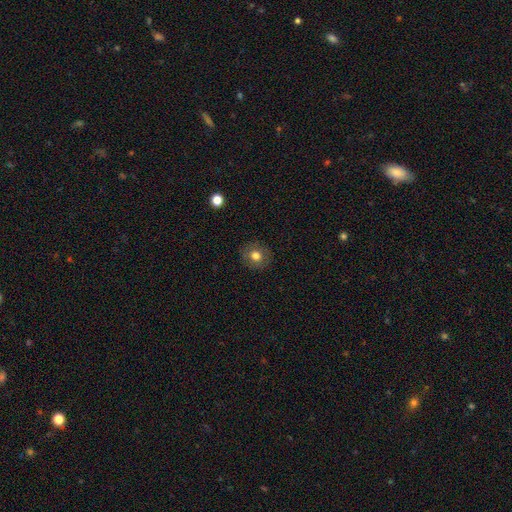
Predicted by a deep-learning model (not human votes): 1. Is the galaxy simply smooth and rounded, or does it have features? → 74% smooth, 16% featured or disk, 10% star or artifact.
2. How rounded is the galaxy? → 85% round, 14% in between, 1% cigar-shaped.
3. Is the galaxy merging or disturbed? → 88% none, 8% minor disturbance, 3% major disturbance, 1% merger.